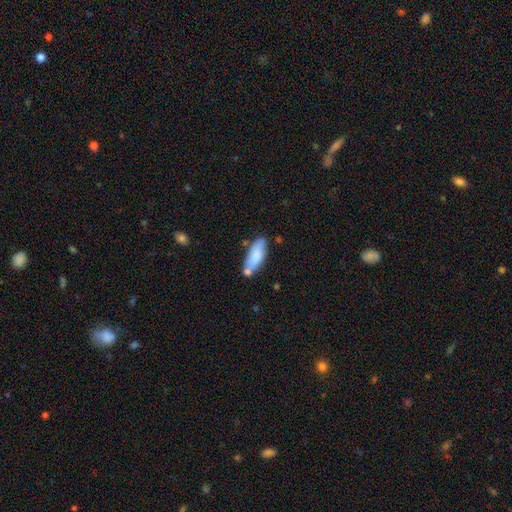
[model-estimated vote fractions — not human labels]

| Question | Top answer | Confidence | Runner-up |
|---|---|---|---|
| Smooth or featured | smooth | 80% | featured or disk (14%) |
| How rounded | in between | 66% | cigar-shaped (33%) |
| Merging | none | 63% | minor disturbance (19%) |